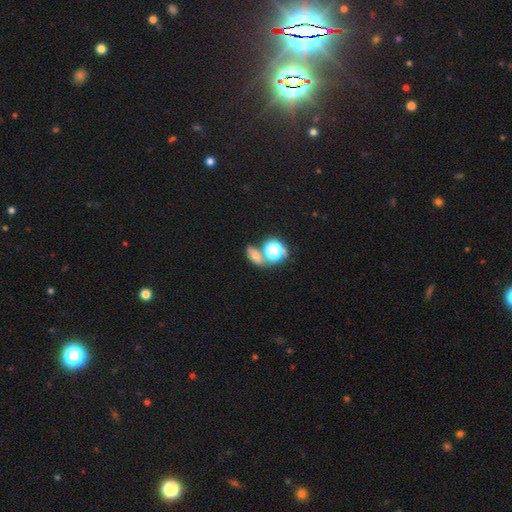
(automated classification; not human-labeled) Smooth or featured? Predicted: smooth (p=0.65). How rounded? Predicted: in between (p=0.71). Merging? Predicted: none (p=0.56).